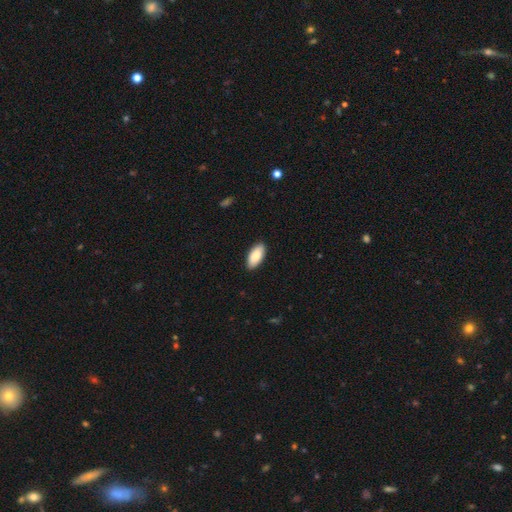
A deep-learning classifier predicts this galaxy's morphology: type=smooth (88%); roundness=in between (92%); merging=none (90%).